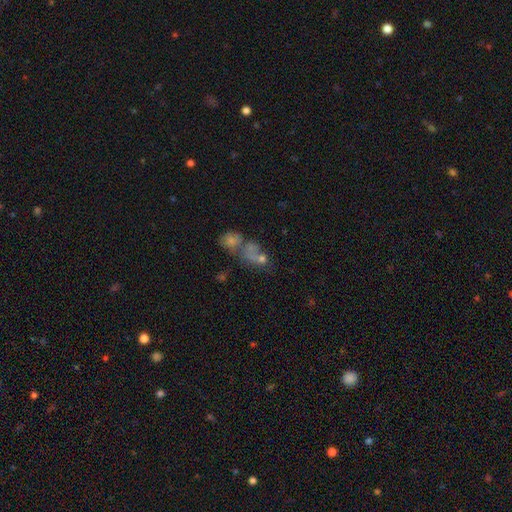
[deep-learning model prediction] This appears to be a smooth galaxy with no disk features (46%). Merging: merger (53%).